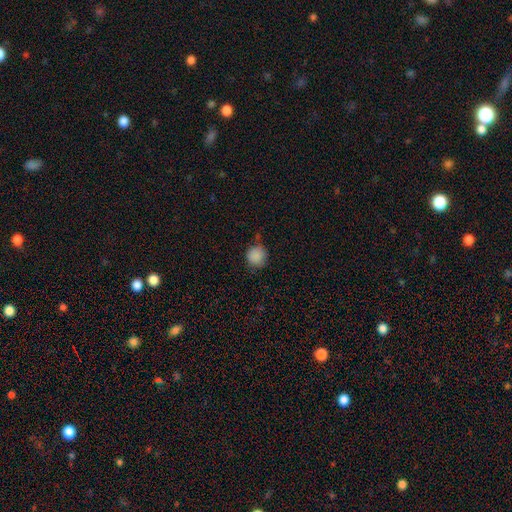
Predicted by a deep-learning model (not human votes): A smooth galaxy with no disk features (87%) that is round (92%).

Vote fractions:
- Smooth or featured? smooth: 87% / star or artifact: 9% / featured or disk: 3%
- How rounded? round: 92% / in between: 7% / cigar-shaped: 1%
- Merging? none: 76% / minor disturbance: 17% / major disturbance: 4% / merger: 3%